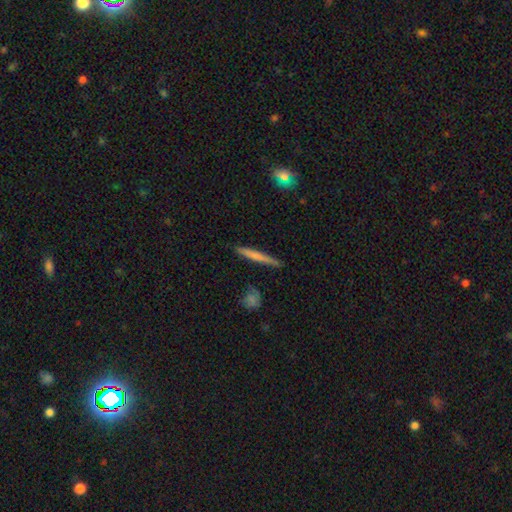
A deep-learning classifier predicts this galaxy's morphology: Smooth or featured? Predicted: smooth (p=0.64). How rounded? Predicted: cigar-shaped (p=0.95). Merging? Predicted: none (p=0.85).